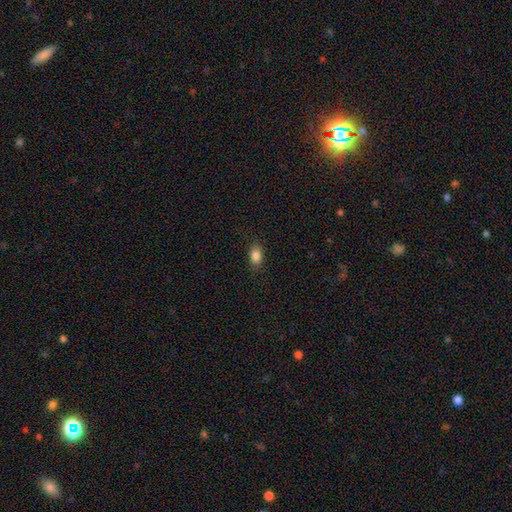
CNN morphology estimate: Smooth or featured?
  - smooth: 85% *
  - star or artifact: 10%
  - featured or disk: 5%
How rounded?
  - in between: 79% *
  - round: 19%
  - cigar-shaped: 2%
Merging?
  - none: 86% *
  - minor disturbance: 11%
  - major disturbance: 3%
  - merger: 1%